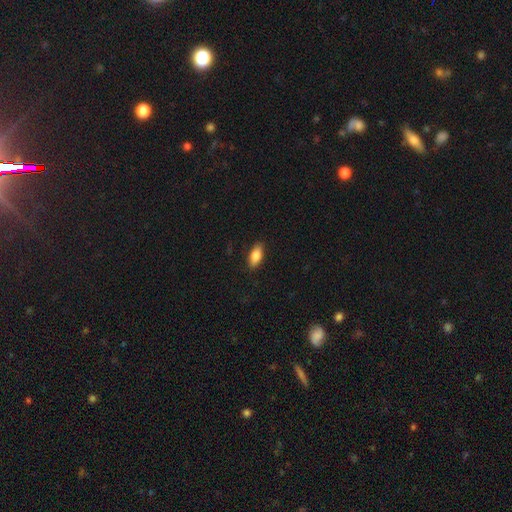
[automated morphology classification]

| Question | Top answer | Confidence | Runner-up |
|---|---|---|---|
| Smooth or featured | smooth | 83% | featured or disk (10%) |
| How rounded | in between | 83% | cigar-shaped (15%) |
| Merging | none | 88% | minor disturbance (9%) |